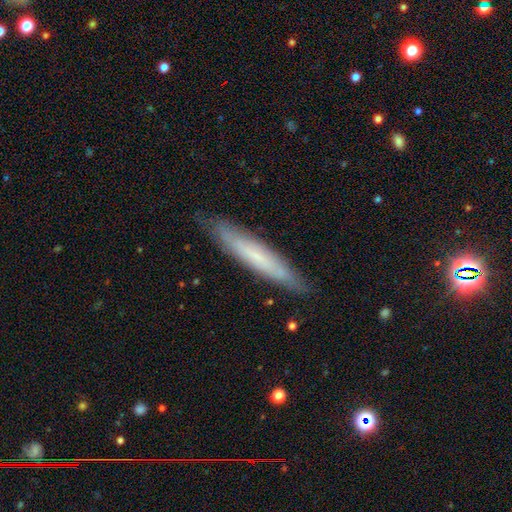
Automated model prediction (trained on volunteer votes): Smooth or featured?
  - smooth: 53% *
  - featured or disk: 40%
  - star or artifact: 7%
How rounded?
  - cigar-shaped: 91% *
  - in between: 8%
  - round: 1%
Merging?
  - none: 85% *
  - minor disturbance: 12%
  - major disturbance: 2%
  - merger: 1%